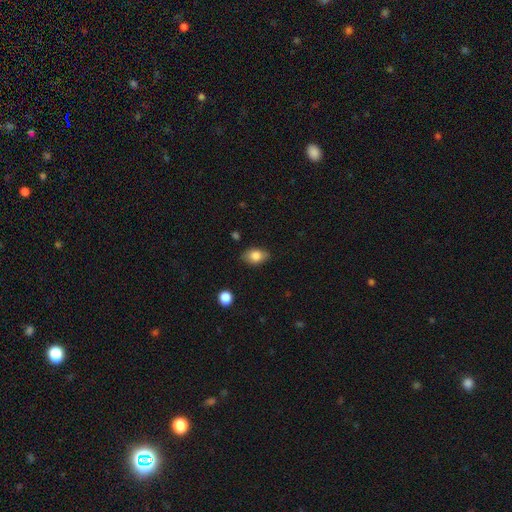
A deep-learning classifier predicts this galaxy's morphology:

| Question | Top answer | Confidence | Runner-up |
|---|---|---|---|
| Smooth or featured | smooth | 82% | featured or disk (10%) |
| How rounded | in between | 84% | round (14%) |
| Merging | none | 80% | minor disturbance (16%) |